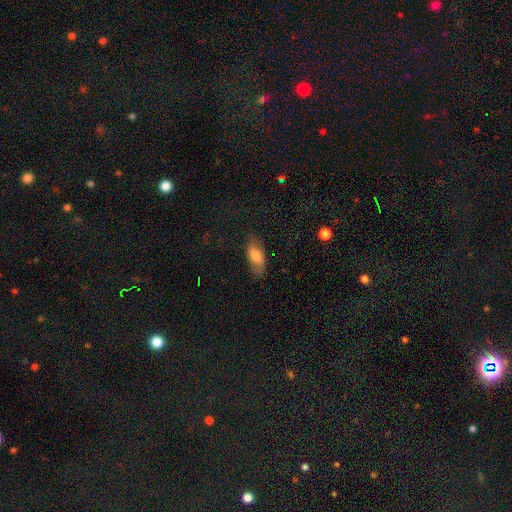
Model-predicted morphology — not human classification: Smooth or featured? Predicted: smooth (p=0.67). How rounded? Predicted: in between (p=0.85). Merging? Predicted: none (p=0.75).